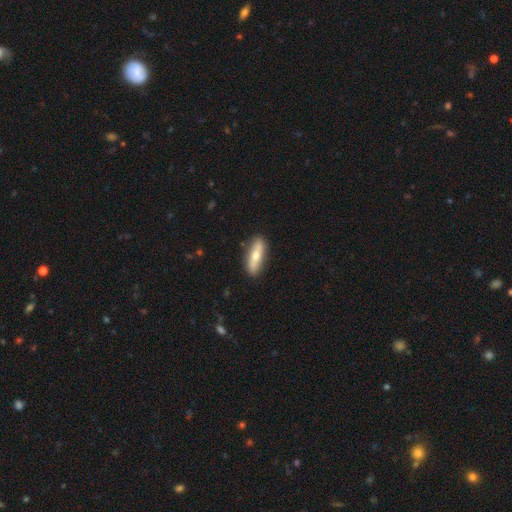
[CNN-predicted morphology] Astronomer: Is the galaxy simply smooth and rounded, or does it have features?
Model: smooth — 59% (runner-up: featured or disk, 35%).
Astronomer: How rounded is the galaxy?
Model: cigar-shaped — 54% (runner-up: in between, 44%).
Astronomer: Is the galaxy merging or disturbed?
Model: none — 87%.